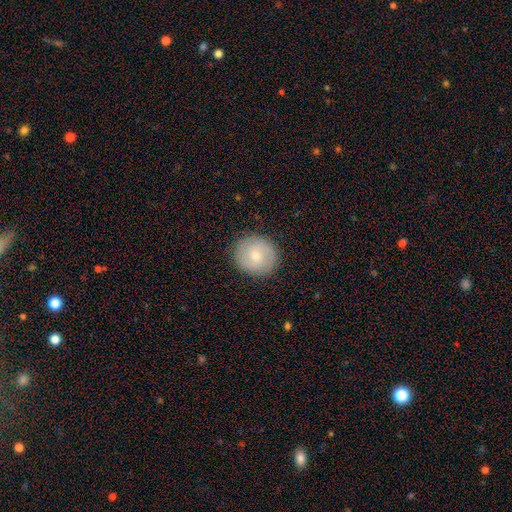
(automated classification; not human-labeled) smooth 70%, featured or disk 23%, star or artifact 7%. Down the decision tree: how rounded — round (90%); merging — none (88%).